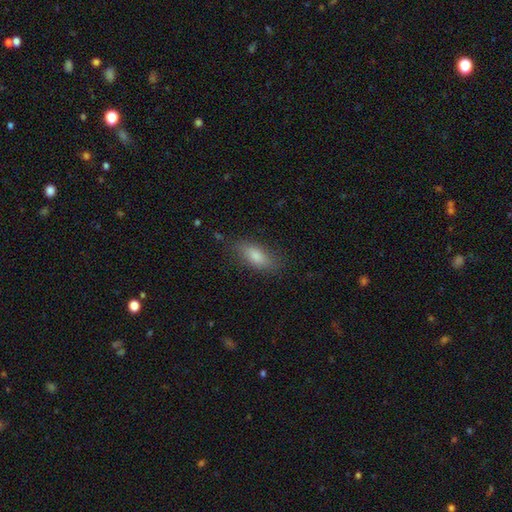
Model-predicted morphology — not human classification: Smooth or featured? smooth (77%)
How rounded? in between (76%)
Merging? none (80%)